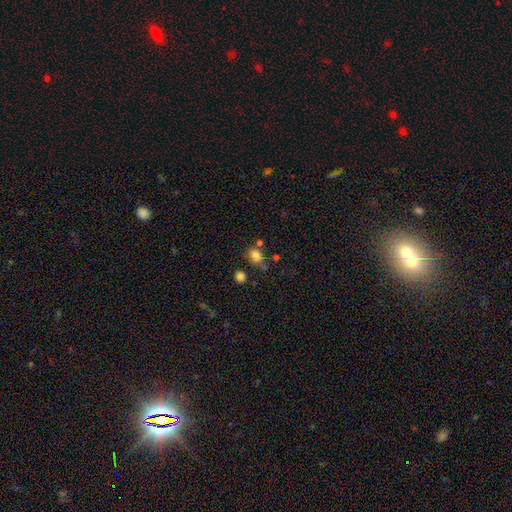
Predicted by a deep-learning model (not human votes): Overall: smooth (81%). How rounded: round (50%; in between 49%). Merging: none (70%).